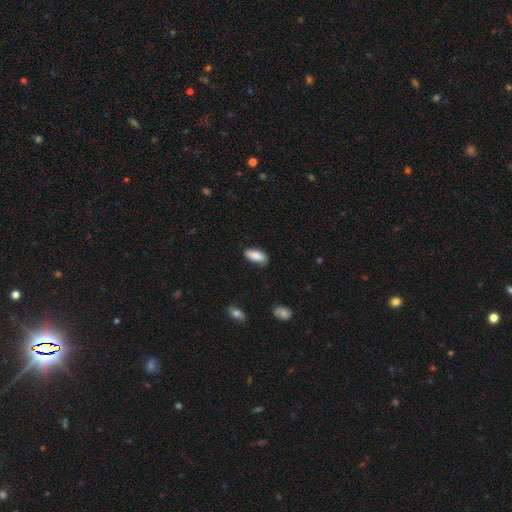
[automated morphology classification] smooth_or_featured: smooth (p=0.84) [alt: featured or disk p=0.10]
how_rounded: in between (p=0.85) [alt: cigar-shaped p=0.13]
merging: none (p=0.82) [alt: minor disturbance p=0.14]